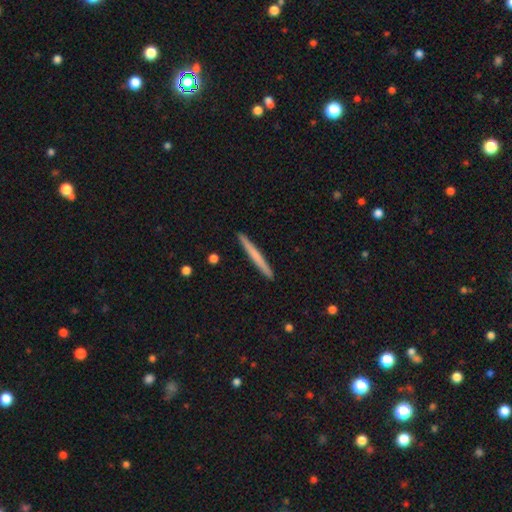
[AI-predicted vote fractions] A smooth galaxy with no disk features (61%) that is cigar-shaped (97%).

Vote fractions:
- Smooth or featured? smooth: 61% / featured or disk: 34% / star or artifact: 5%
- How rounded? cigar-shaped: 97% / in between: 2% / round: 1%
- Merging? none: 93% / minor disturbance: 5% / merger: 1% / major disturbance: 1%